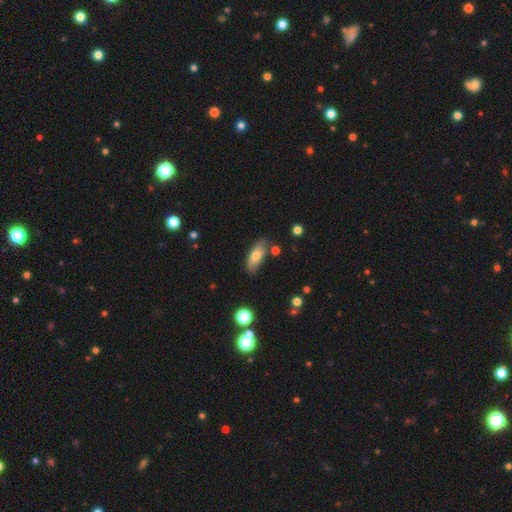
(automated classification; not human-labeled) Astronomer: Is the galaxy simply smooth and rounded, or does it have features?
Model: smooth — 73%.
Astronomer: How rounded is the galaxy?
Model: in between — 73%.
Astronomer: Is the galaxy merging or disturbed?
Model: none — 77%.